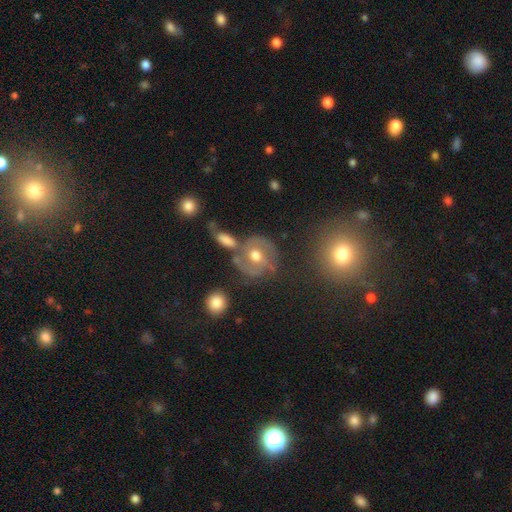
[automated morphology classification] The model was most divided on "bar": no: 56%, weak: 32%, strong: 12%. More confident: edge-on disk — no (94%); bulge size — moderate (75%); spiral arms — yes (70%); smooth or featured — featured or disk (59%); merging — none (54%).